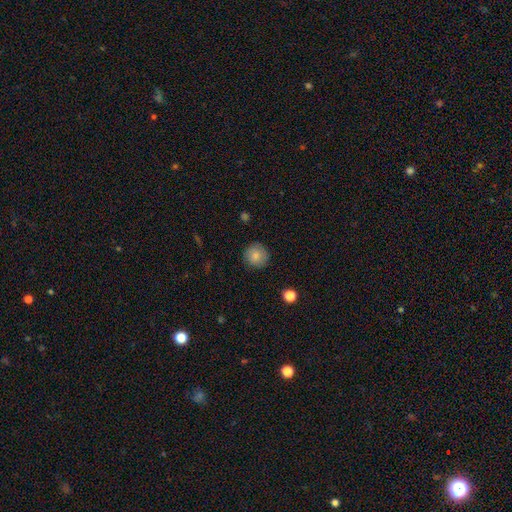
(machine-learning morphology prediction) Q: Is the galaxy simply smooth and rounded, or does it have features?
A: smooth — 82%.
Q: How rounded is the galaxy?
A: round — 94%.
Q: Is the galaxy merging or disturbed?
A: none — 88%.